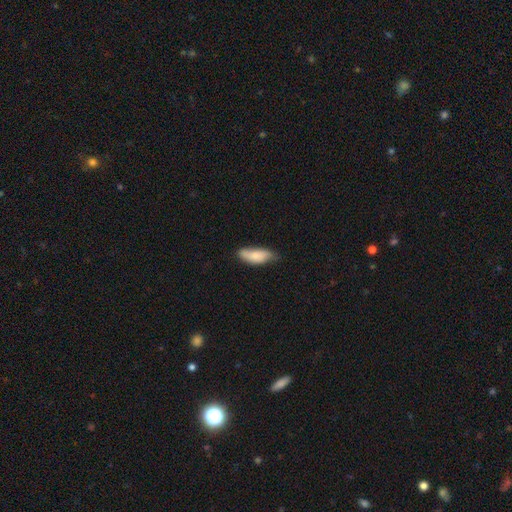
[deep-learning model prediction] smooth 78%, featured or disk 16%, star or artifact 6%. Down the decision tree: how rounded — in between (66%); merging — none (55%).